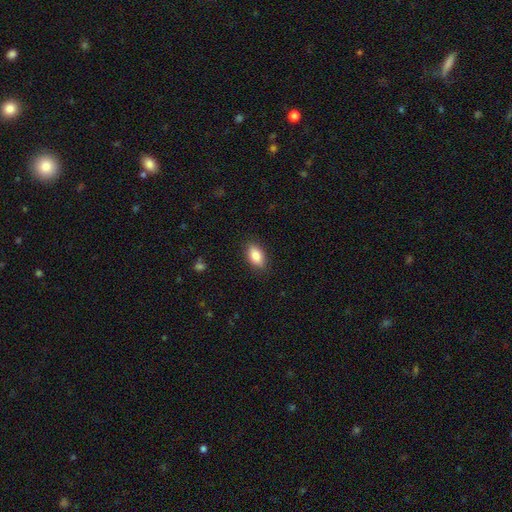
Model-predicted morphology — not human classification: The model was most divided on "merging": none: 87%, minor disturbance: 10%, major disturbance: 2%, merger: 1%. More confident: how rounded — in between (91%); smooth or featured — smooth (86%).